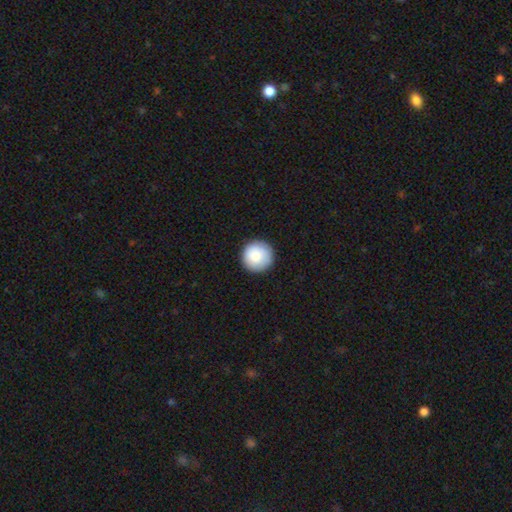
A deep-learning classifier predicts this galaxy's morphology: This appears to be a smooth galaxy with no disk features (86%) that is round (96%). Merging: none (91%).